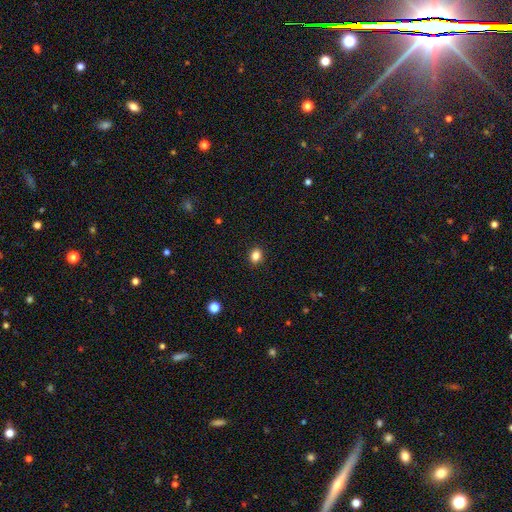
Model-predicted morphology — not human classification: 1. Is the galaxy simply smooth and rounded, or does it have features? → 84% smooth, 11% star or artifact, 5% featured or disk.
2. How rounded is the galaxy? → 54% round, 44% in between, 1% cigar-shaped.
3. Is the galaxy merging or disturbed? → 91% none, 7% minor disturbance, 2% major disturbance, 1% merger.